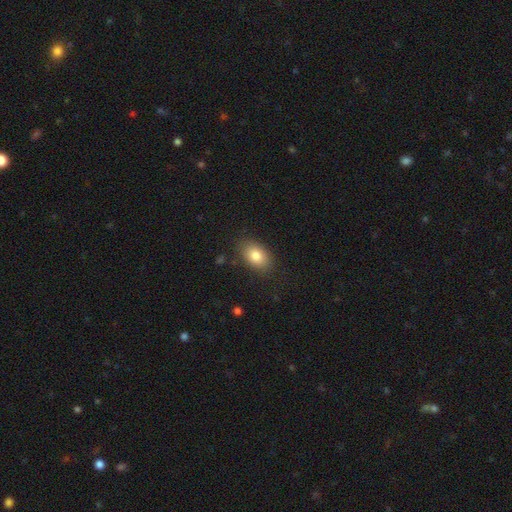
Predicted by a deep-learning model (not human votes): A smooth galaxy with no disk features (83%) that is in between round and cigar-shaped (85%). Merging: none (84%).